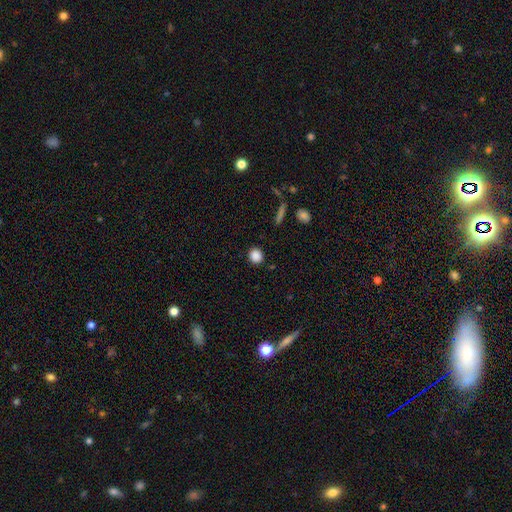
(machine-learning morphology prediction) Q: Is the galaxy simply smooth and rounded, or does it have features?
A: smooth — 87%.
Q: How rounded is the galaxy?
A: round — 86%.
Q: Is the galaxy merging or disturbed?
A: none — 90%.